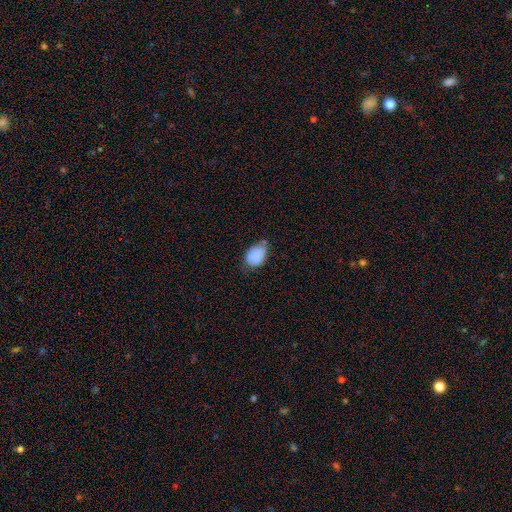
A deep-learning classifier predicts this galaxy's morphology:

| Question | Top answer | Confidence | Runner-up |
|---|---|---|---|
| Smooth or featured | smooth | 85% | star or artifact (9%) |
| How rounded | in between | 77% | round (21%) |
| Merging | none | 45% | minor disturbance (41%) |